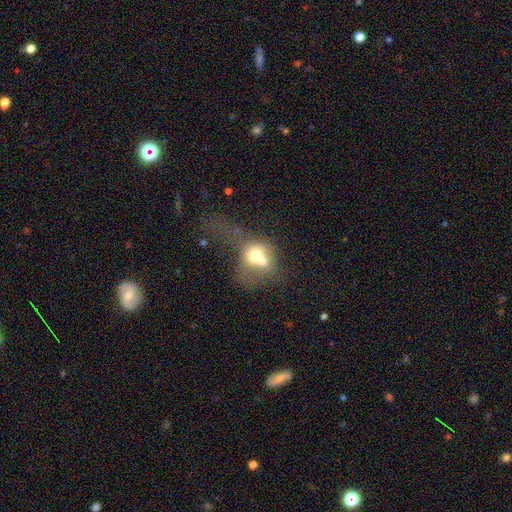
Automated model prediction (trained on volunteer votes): smooth_or_featured: smooth (p=0.59) [alt: featured or disk p=0.29]
how_rounded: round (p=0.60) [alt: in between p=0.38]
merging: merger (p=0.61) [alt: major disturbance p=0.16]